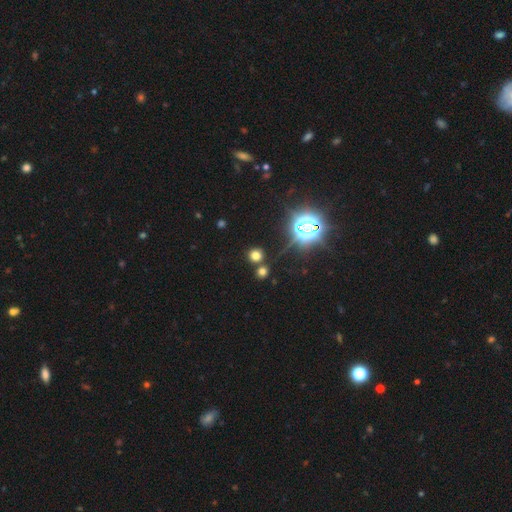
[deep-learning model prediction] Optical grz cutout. It shows a smooth galaxy with no disk features (63%) that is round (88%). Merging: none (80%).